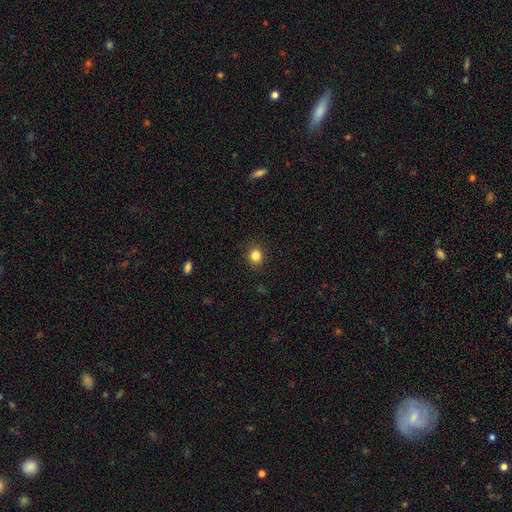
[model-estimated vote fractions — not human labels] A smooth galaxy with no disk features (84%) that is round (83%).

Vote fractions:
- Smooth or featured? smooth: 84% / star or artifact: 12% / featured or disk: 5%
- How rounded? round: 83% / in between: 16% / cigar-shaped: 1%
- Merging? none: 90% / minor disturbance: 7% / major disturbance: 2% / merger: 1%